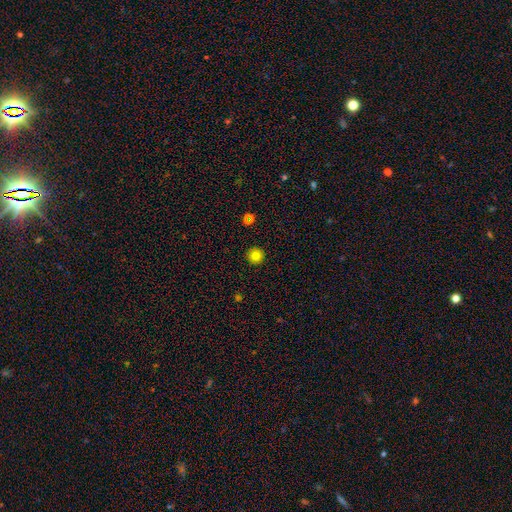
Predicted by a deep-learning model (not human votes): Morphology: type=smooth (80%); roundness=round (96%); merging=none (93%).